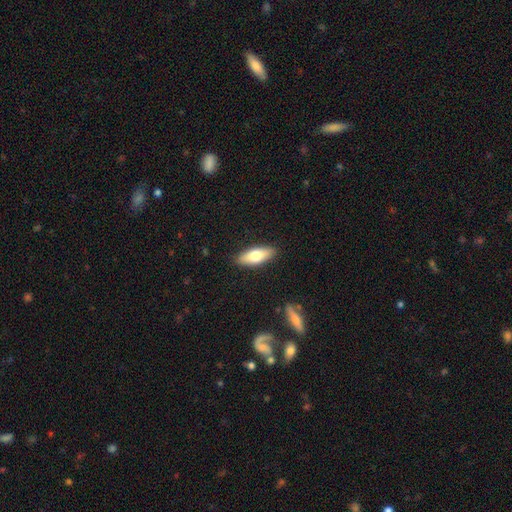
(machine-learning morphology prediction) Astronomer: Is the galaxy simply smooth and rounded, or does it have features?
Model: smooth — 71%.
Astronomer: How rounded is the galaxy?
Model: in between — 71%.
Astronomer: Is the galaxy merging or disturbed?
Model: none — 88%.